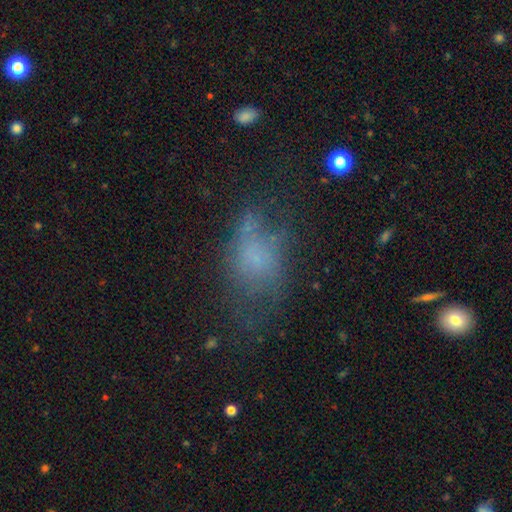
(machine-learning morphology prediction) Smooth or featured? Predicted: smooth (p=0.55). How rounded? Predicted: in between (p=0.80). Merging? Predicted: none (p=0.38).